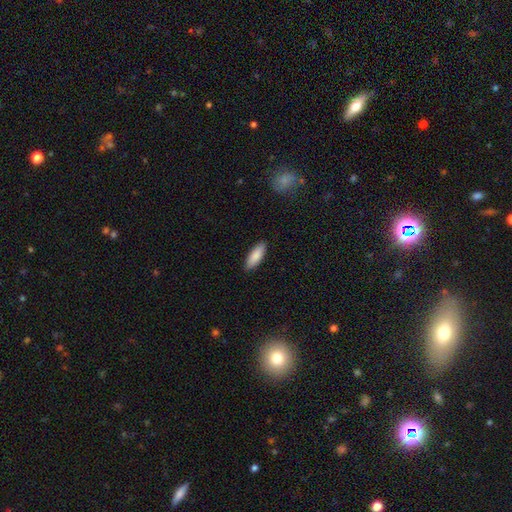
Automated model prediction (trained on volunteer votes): A smooth galaxy with no disk features (88%) that is in between round and cigar-shaped (67%). Merging: none (88%).